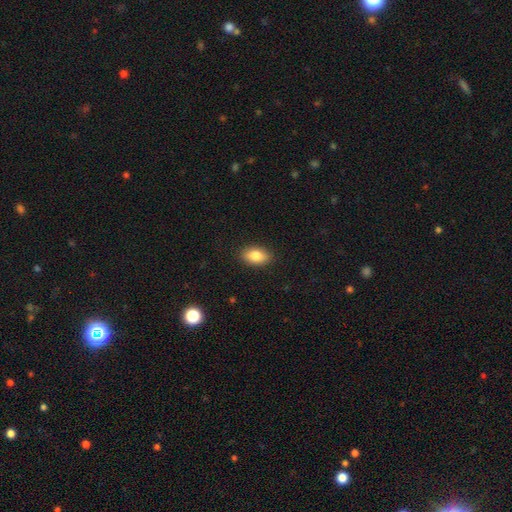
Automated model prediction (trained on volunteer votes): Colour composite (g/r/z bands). It shows a smooth galaxy with no disk features (83%) that is in between round and cigar-shaped (89%). Merging: none (89%).